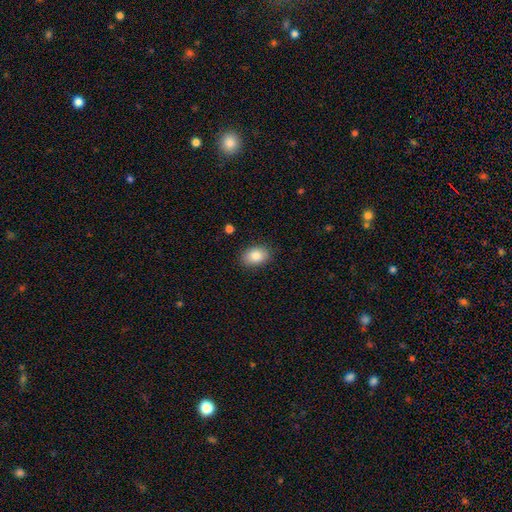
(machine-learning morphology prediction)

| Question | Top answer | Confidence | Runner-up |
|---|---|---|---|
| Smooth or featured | smooth | 87% | star or artifact (7%) |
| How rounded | in between | 83% | round (16%) |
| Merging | none | 86% | minor disturbance (10%) |